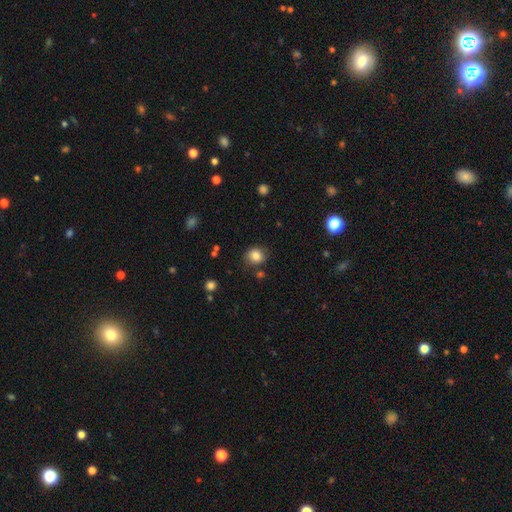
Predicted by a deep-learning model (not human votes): Overall: smooth (83%). How rounded: round (77%). Merging: none (80%).